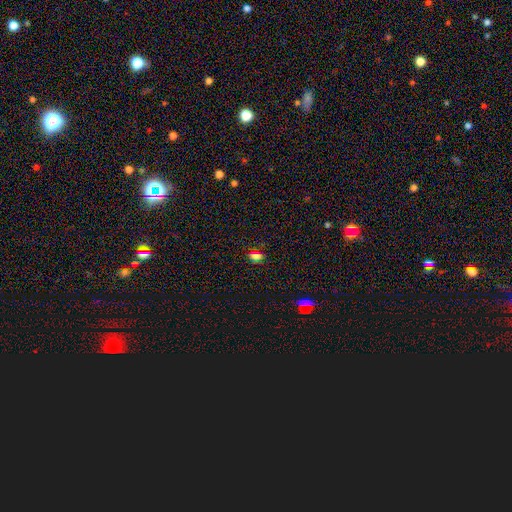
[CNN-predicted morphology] smooth 61%, star or artifact 32%, featured or disk 8%. Down the decision tree: how rounded — in between (69%); merging — none (87%).